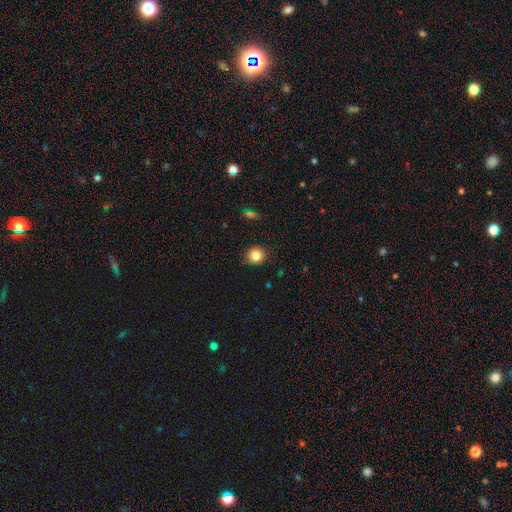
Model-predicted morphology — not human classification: smooth 84%, star or artifact 11%, featured or disk 5%. Down the decision tree: how rounded — round (87%); merging — none (84%).